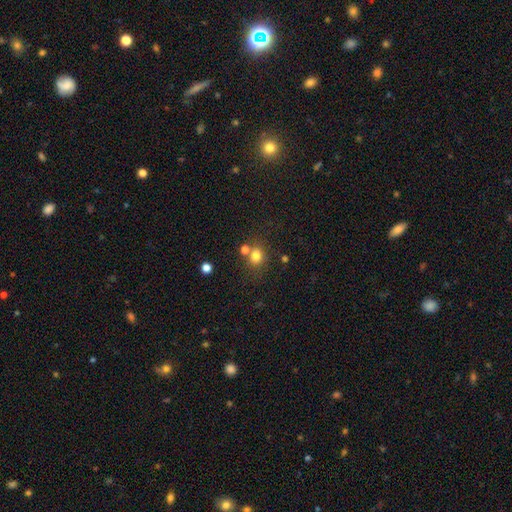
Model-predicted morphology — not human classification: type=smooth (77%); roundness=round (72%); merging=none (65%).